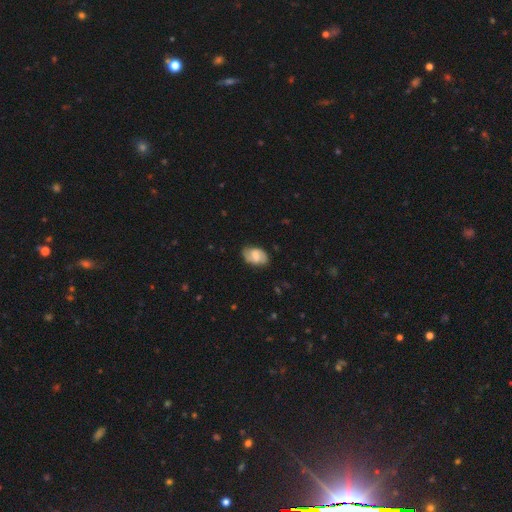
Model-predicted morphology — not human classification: smooth-or-featured: featured or disk: 53% | smooth: 40% | star or artifact: 7%
  disk-edge-on: no: 96% | yes: 4%
    bar: weak: 49% | no: 37% | strong: 14%
    has-spiral-arms: yes: 87% | no: 13%
    bulge-size: moderate: 43% | small: 36% | none: 11% | large: 8% | dominant: 2%
  merging: none: 78% | minor disturbance: 17% | major disturbance: 4% | merger: 1%